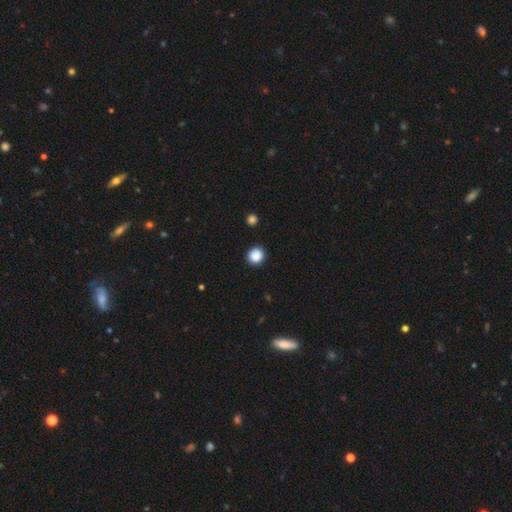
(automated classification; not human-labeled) Smooth or featured? Predicted: smooth (p=0.87). How rounded? Predicted: round (p=0.89). Merging? Predicted: none (p=0.90).